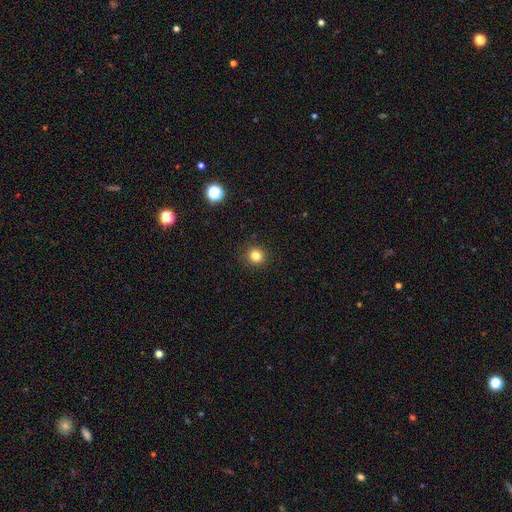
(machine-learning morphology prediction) smooth_or_featured: smooth (p=0.82) [alt: star or artifact p=0.13]
how_rounded: round (p=0.90) [alt: in between p=0.09]
merging: none (p=0.91) [alt: minor disturbance p=0.06]